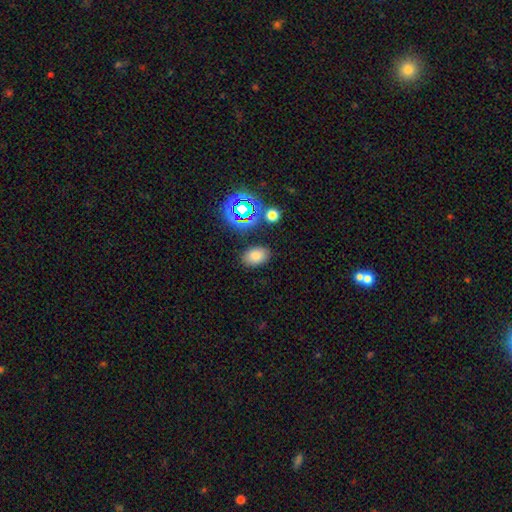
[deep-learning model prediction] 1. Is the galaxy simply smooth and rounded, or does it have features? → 75% smooth, 16% star or artifact, 9% featured or disk.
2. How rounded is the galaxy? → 84% in between, 15% round, 1% cigar-shaped.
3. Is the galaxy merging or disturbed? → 84% none, 10% minor disturbance, 3% major disturbance, 3% merger.